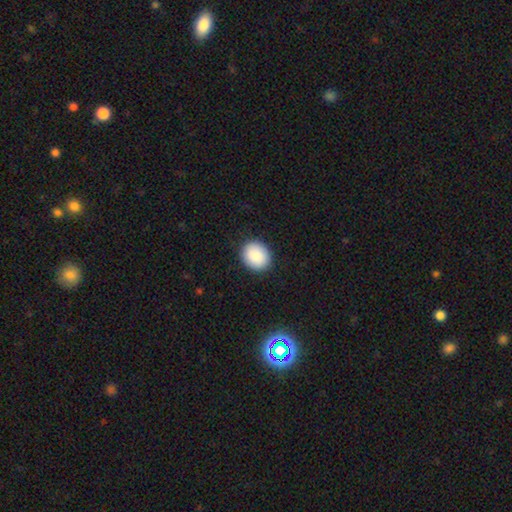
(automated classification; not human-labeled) Smooth or featured?
  - smooth: 90% *
  - star or artifact: 7%
  - featured or disk: 4%
How rounded?
  - round: 65% *
  - in between: 34%
  - cigar-shaped: 1%
Merging?
  - none: 90% *
  - minor disturbance: 7%
  - major disturbance: 2%
  - merger: 1%